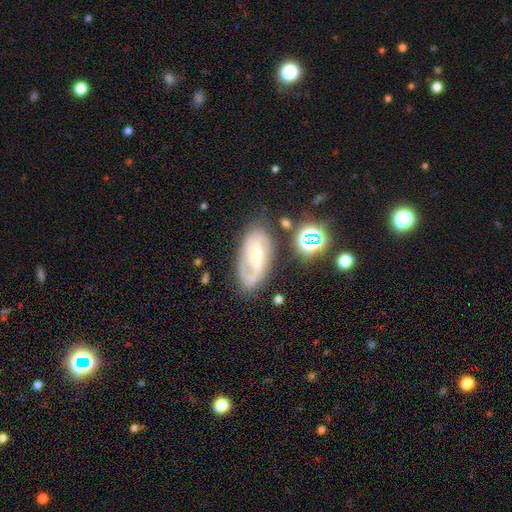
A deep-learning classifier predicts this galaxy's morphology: type=featured or disk (72%); edge-on=no (94%); bar=no (47%); spiral arms=yes (91%); winding=medium (43%); arm count=2 (57%); bulge=small (62%); merging=none (67%).